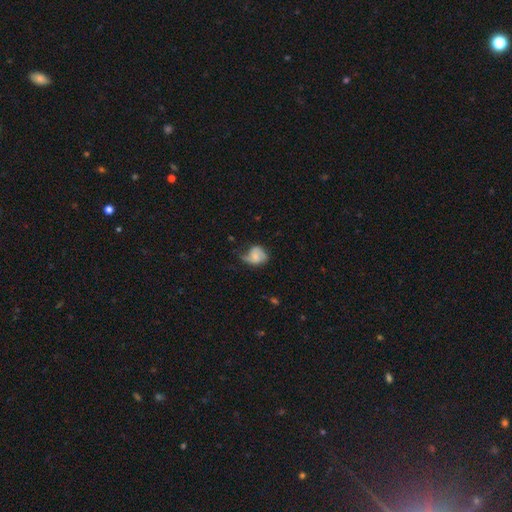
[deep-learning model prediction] A featured or disk galaxy (49%). Merging: none (35%).